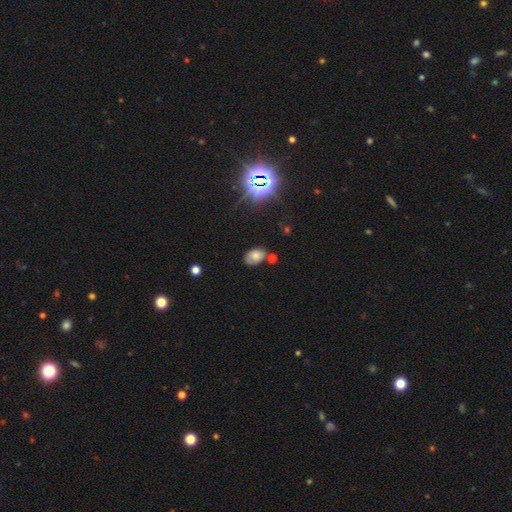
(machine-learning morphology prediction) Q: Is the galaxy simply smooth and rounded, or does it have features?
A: smooth — 64%.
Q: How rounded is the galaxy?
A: in between — 83%.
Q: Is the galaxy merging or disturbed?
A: none — 63%.